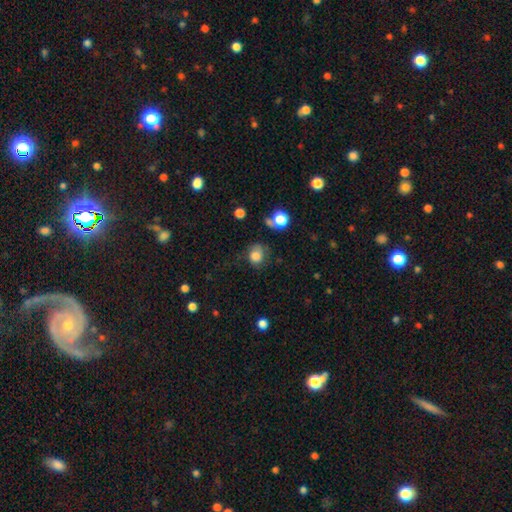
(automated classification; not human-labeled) smooth_or_featured: smooth (p=0.80) [alt: star or artifact p=0.12]
how_rounded: round (p=0.67) [alt: in between p=0.32]
merging: none (p=0.54) [alt: minor disturbance p=0.26]